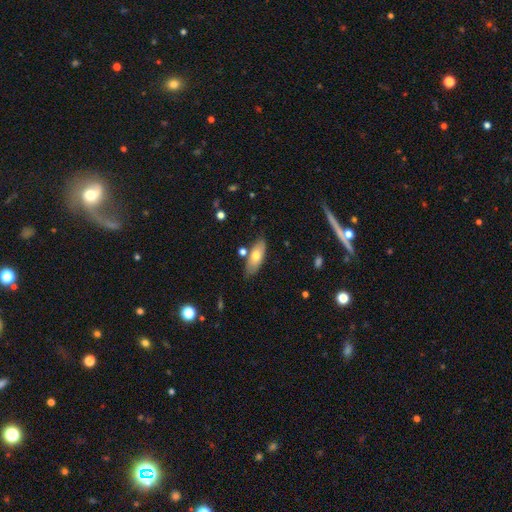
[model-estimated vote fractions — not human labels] Smooth or featured? smooth (67%)
How rounded? in between (74%)
Merging? none (78%)